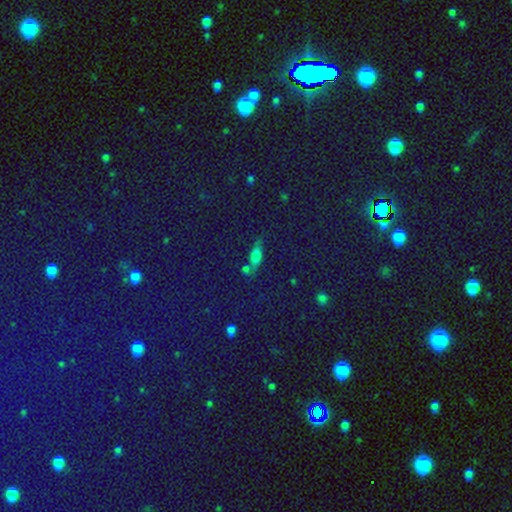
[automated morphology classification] A smooth galaxy with no disk features (56%) that is in between round and cigar-shaped (54%). Merging: none (67%).